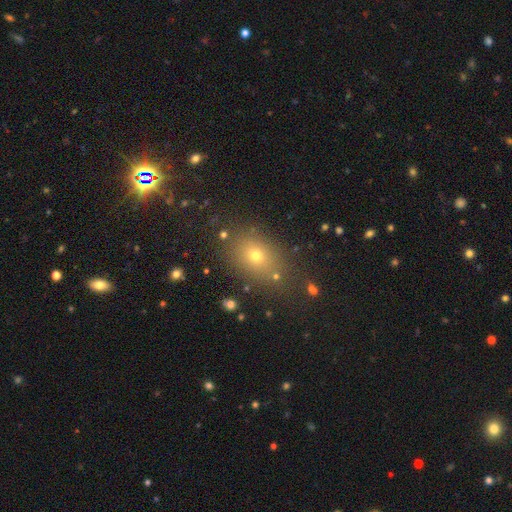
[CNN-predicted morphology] type=smooth (66%); roundness=in between (62%); merging=none (80%).